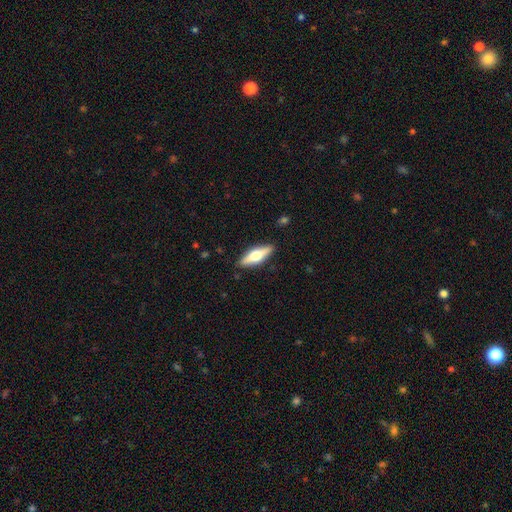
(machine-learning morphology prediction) Overall: featured or disk (51%; smooth 43%). Edge-on disk: yes (93%). Merging: none (88%).